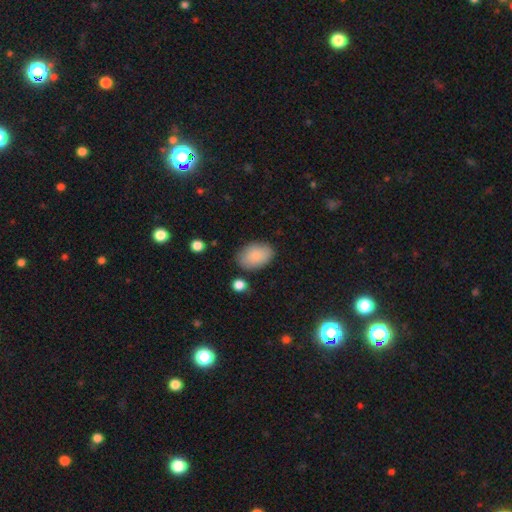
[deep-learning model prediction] This appears to be a smooth galaxy with no disk features (87%) that is in between round and cigar-shaped (90%). Merging: none (80%).